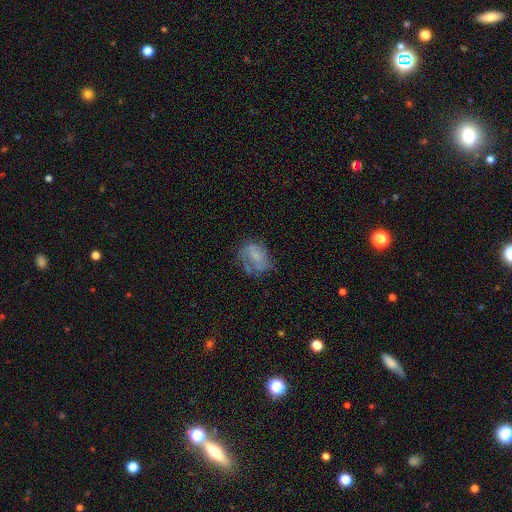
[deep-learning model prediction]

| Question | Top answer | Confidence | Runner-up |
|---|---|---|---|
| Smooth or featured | featured or disk | 44% | tied: smooth (44%) |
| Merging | none | 46% | minor disturbance (26%) |